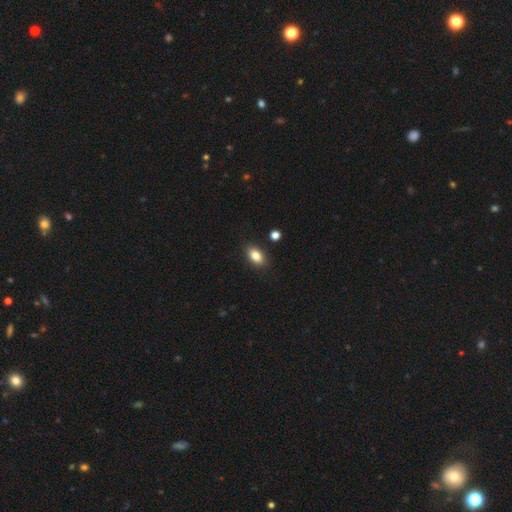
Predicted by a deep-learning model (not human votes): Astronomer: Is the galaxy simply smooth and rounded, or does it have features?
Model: smooth — 84%.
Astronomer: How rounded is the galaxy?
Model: in between — 87%.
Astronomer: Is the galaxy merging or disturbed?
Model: none — 87%.